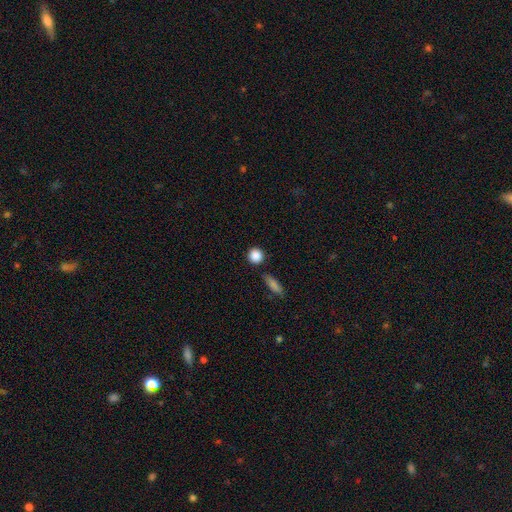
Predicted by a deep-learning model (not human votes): Overall: smooth (87%). How rounded: round (90%). Merging: none (82%).